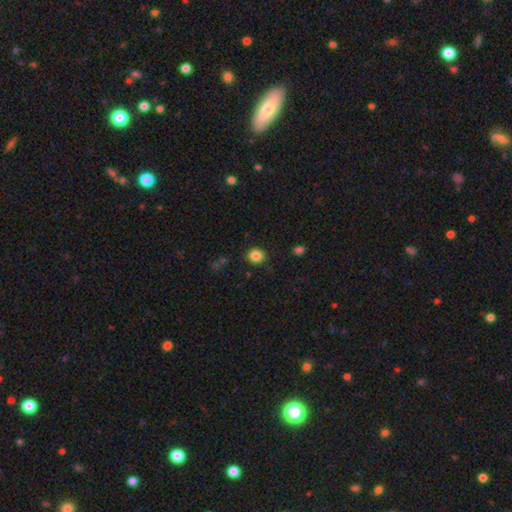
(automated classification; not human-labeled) smooth 85%, star or artifact 11%, featured or disk 5%. Down the decision tree: how rounded — round (79%); merging — none (87%).